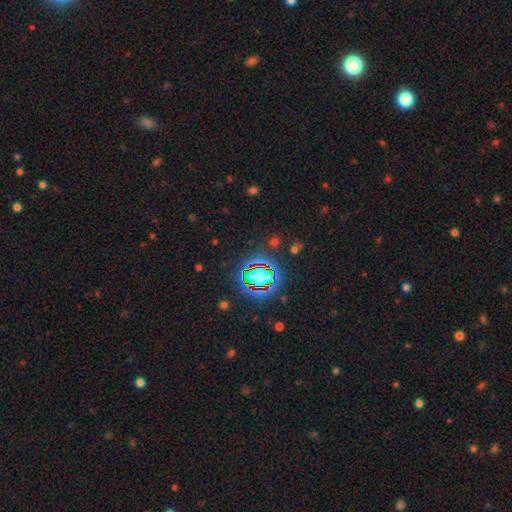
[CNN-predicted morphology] A star or artifact, not a galaxy (80%).